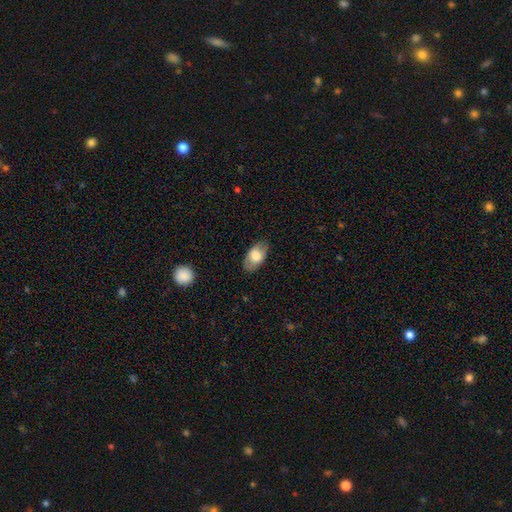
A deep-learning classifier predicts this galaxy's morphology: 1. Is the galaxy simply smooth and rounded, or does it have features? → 68% smooth, 25% featured or disk, 7% star or artifact.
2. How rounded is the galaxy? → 92% in between, 6% round, 2% cigar-shaped.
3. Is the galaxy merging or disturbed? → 79% none, 15% minor disturbance, 4% major disturbance, 1% merger.